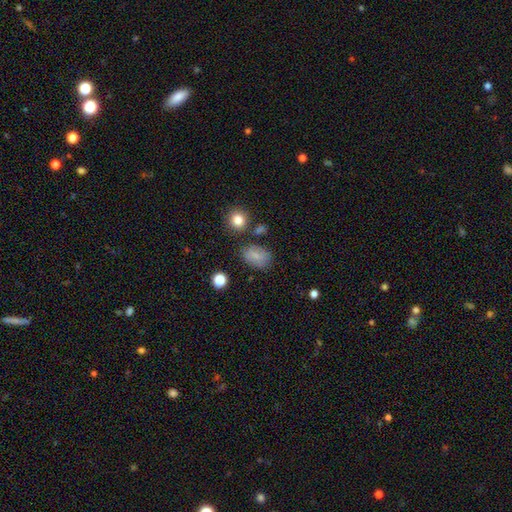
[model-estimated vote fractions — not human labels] Smooth or featured? smooth (79%)
How rounded? in between (82%)
Merging? none (72%)